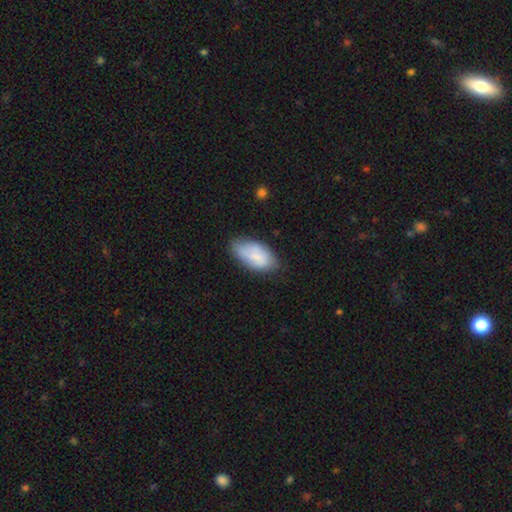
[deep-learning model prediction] smooth 74%, featured or disk 19%, star or artifact 6%. Down the decision tree: how rounded — in between (93%); merging — none (67%).